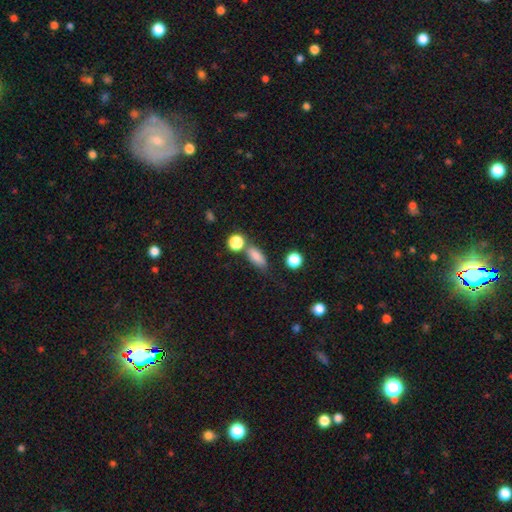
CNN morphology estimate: Overall: smooth (77%). How rounded: in between (73%). Merging: none (62%).